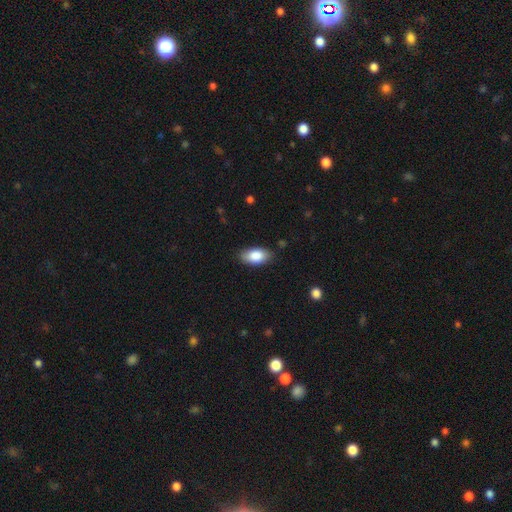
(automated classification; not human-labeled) smooth_or_featured: smooth (p=0.86) [alt: featured or disk p=0.08]
how_rounded: in between (p=0.93) [alt: round p=0.04]
merging: none (p=0.84) [alt: minor disturbance p=0.13]